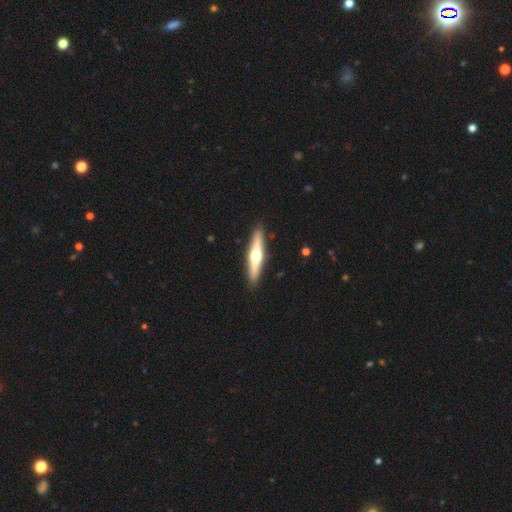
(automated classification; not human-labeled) The model was most divided on "smooth or featured": featured or disk: 61%, smooth: 34%, star or artifact: 5%. More confident: edge-on disk — yes (95%); edge-on bulge — rounded (95%); merging — none (91%).